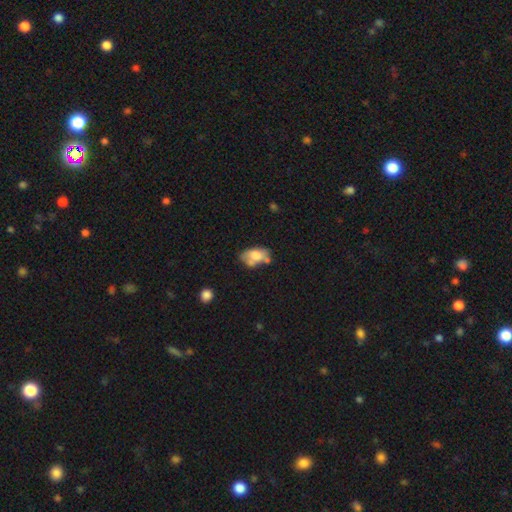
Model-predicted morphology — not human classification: Smooth or featured?
  - smooth: 60% *
  - featured or disk: 31%
  - star or artifact: 8%
How rounded?
  - in between: 89% *
  - round: 8%
  - cigar-shaped: 2%
Merging?
  - none: 37% *
  - minor disturbance: 27%
  - merger: 22%
  - major disturbance: 14%